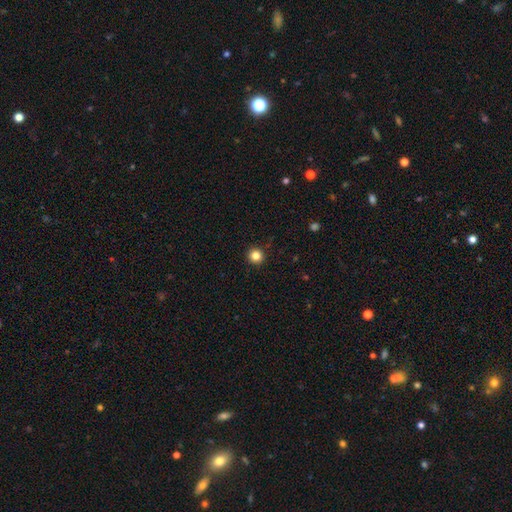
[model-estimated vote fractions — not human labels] Smooth or featured?
  - smooth: 83% *
  - star or artifact: 12%
  - featured or disk: 5%
How rounded?
  - round: 95% *
  - in between: 4%
  - cigar-shaped: 1%
Merging?
  - none: 92% *
  - minor disturbance: 5%
  - major disturbance: 2%
  - merger: 1%